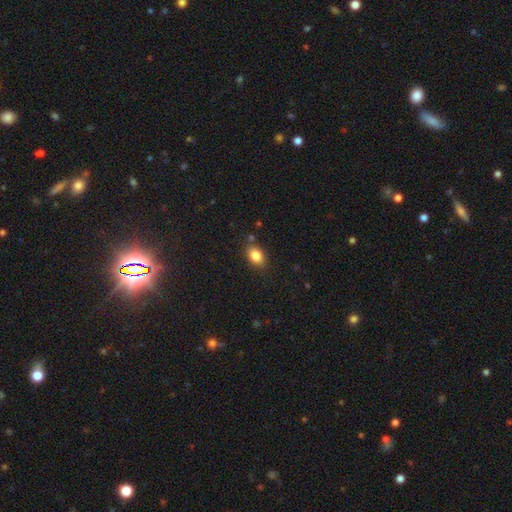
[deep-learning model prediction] smooth 84%, star or artifact 9%, featured or disk 7%. Down the decision tree: how rounded — in between (79%); merging — none (80%).